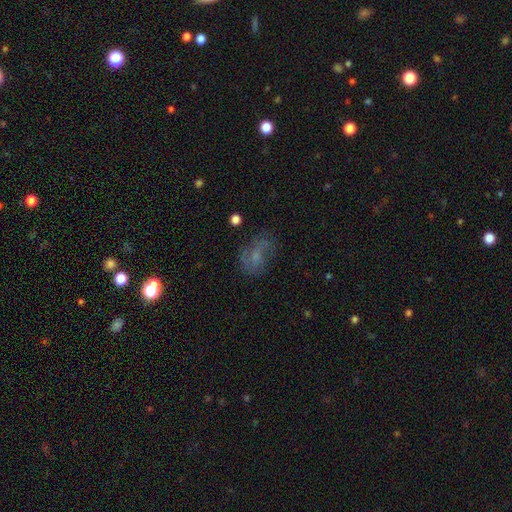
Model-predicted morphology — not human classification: Q: Smooth or featured?
A: featured or disk (45%); runner-up: smooth (38%)
Q: Merging?
A: none (56%); runner-up: minor disturbance (23%)